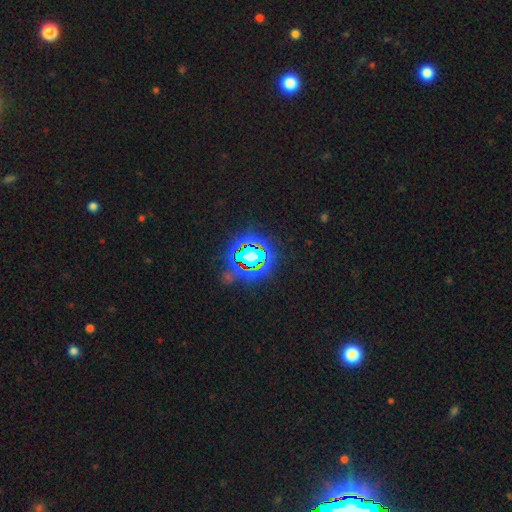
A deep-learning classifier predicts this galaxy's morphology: type=star or artifact (65%).